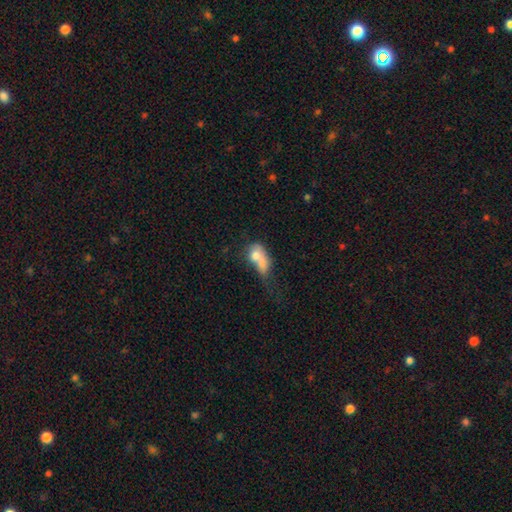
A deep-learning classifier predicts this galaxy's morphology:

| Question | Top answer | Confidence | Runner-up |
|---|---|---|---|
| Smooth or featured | smooth | 67% | featured or disk (23%) |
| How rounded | in between | 69% | round (26%) |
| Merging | merger | 49% | major disturbance (22%) |